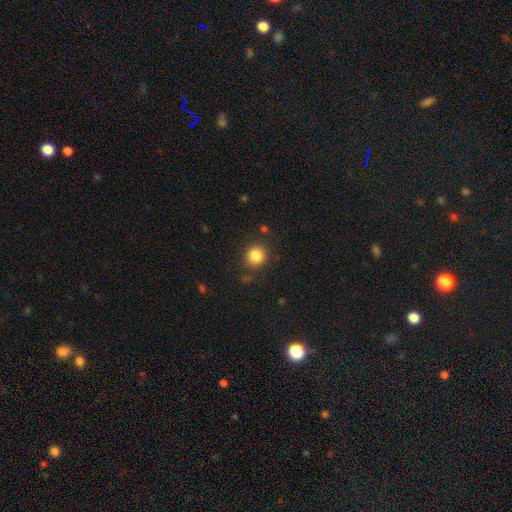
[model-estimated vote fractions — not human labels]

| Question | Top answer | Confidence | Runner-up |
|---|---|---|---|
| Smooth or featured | smooth | 85% | star or artifact (10%) |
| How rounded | round | 88% | in between (11%) |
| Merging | none | 85% | minor disturbance (9%) |